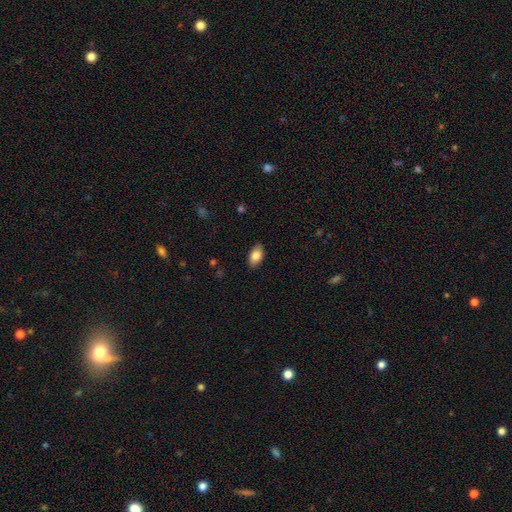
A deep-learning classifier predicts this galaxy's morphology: Smooth or featured? smooth (85%)
How rounded? in between (92%)
Merging? none (86%)